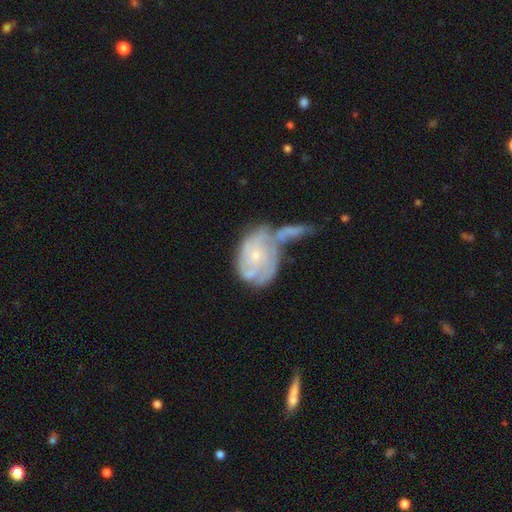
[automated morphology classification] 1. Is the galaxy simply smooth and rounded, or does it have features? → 73% featured or disk, 20% smooth, 7% star or artifact.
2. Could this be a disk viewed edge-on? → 97% no, 3% yes.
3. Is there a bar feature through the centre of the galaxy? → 80% no, 17% weak, 3% strong.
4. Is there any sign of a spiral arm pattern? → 81% yes, 19% no.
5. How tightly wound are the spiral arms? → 64% tight, 26% medium, 10% loose.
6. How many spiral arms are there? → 52% can't tell, 16% 2, 14% 3, 8% 4, 5% 1, 5% more than 4.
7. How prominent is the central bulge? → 72% small, 23% moderate, 3% none, 1% large, 1% dominant.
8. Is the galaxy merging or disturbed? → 47% merger, 23% none, 16% minor disturbance, 15% major disturbance.